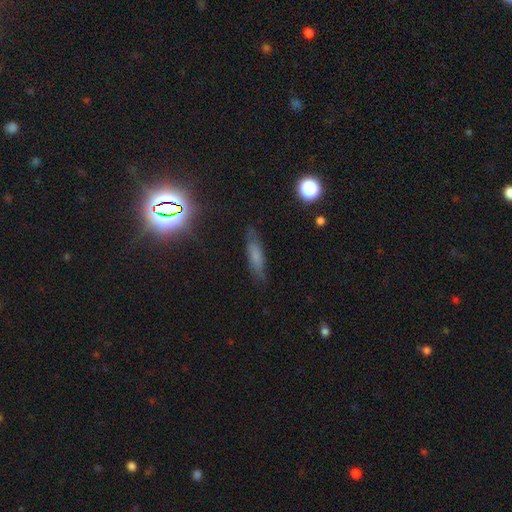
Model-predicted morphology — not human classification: Smooth or featured: smooth — 58% (featured or disk — 26%)
How rounded: cigar-shaped — 67% (in between — 30%)
Merging: none — 79% (minor disturbance — 16%)